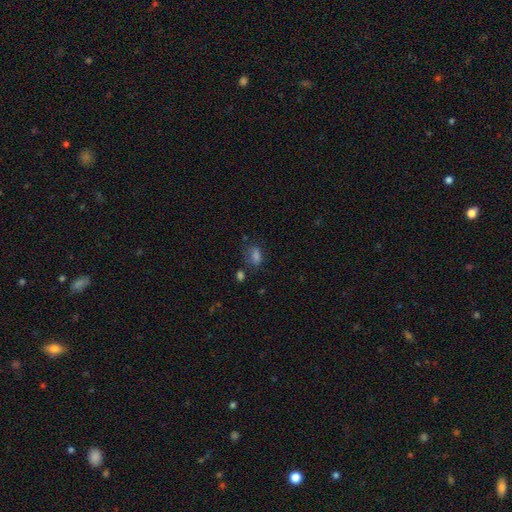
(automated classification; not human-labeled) This is likely a smooth galaxy (67%). How rounded: likely in between (75%). Merging: likely none (63%).